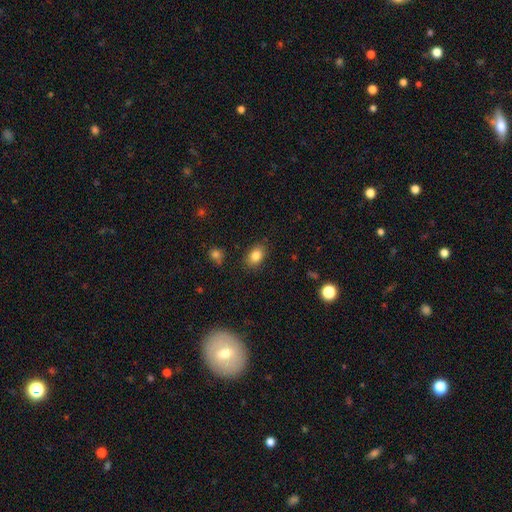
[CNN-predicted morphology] smooth 83%, star or artifact 9%, featured or disk 8%. Down the decision tree: how rounded — in between (81%); merging — none (85%).